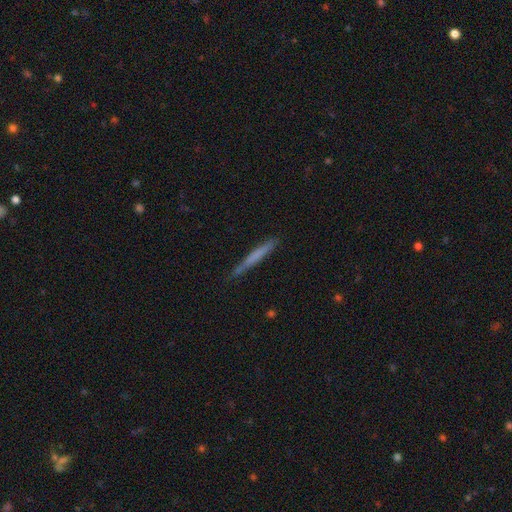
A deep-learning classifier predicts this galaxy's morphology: The model was most divided on "smooth or featured": smooth: 61%, featured or disk: 33%, star or artifact: 6%. More confident: how rounded — cigar-shaped (96%); merging — none (81%).